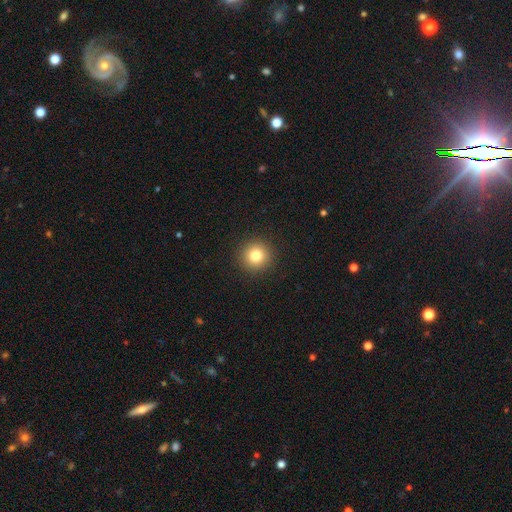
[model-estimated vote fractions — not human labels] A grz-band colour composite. It shows a smooth galaxy with no disk features (81%) that is round (95%). Merging: none (92%).